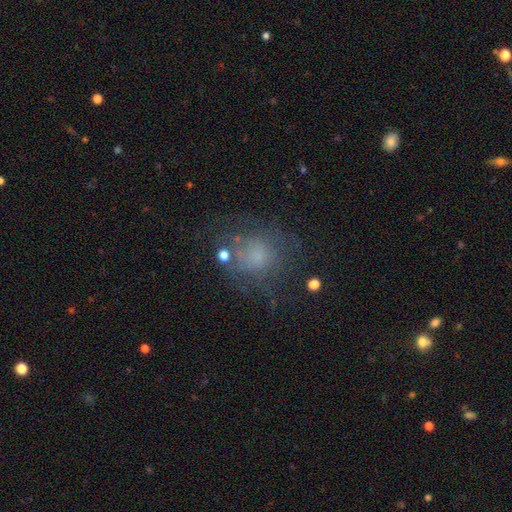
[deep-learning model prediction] Smooth or featured: smooth — 52% (featured or disk — 29%)
How rounded: round — 73% (in between — 26%)
Merging: none — 57% (minor disturbance — 20%)